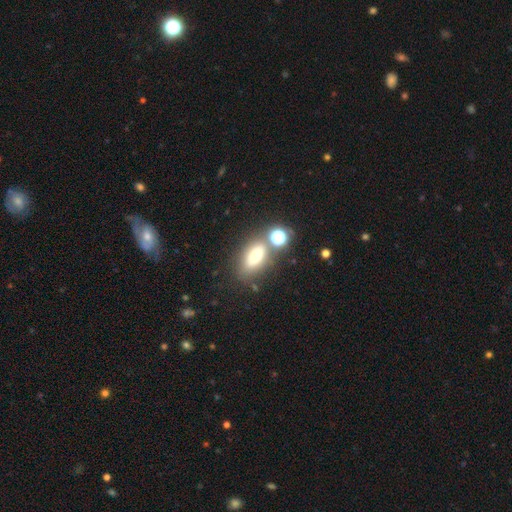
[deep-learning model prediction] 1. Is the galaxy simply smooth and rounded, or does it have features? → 71% smooth, 15% featured or disk, 14% star or artifact.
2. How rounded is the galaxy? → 77% in between, 12% cigar-shaped, 11% round.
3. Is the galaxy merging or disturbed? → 62% none, 17% merger, 15% minor disturbance, 6% major disturbance.